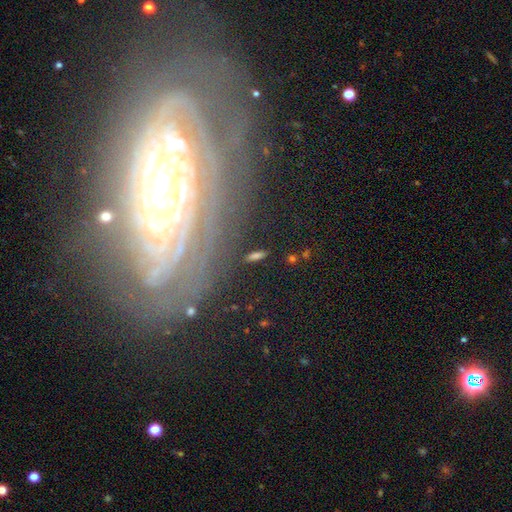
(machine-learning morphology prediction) Overall: smooth (52%; featured or disk 30%). How rounded: in between (67%). Merging: none (83%).